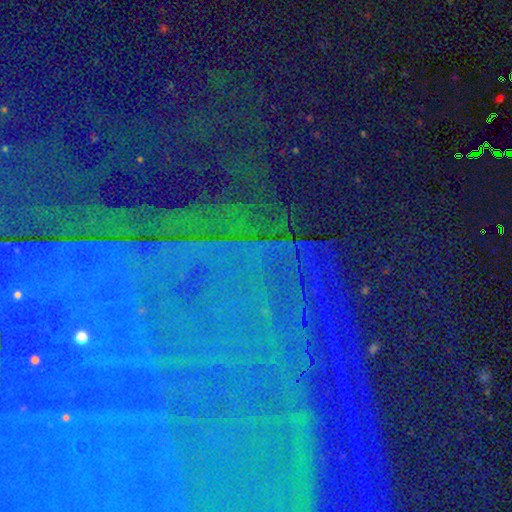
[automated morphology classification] Smooth or featured?
  - star or artifact: 86% *
  - featured or disk: 8%
  - smooth: 7%